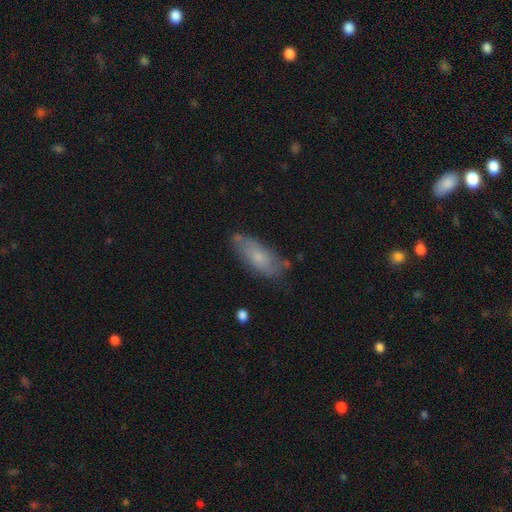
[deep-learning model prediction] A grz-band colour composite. It shows a smooth galaxy with no disk features (63%) that is in between round and cigar-shaped (74%). Merging: none (68%).